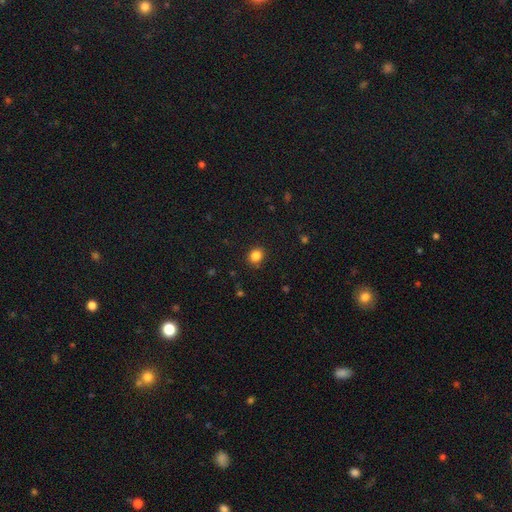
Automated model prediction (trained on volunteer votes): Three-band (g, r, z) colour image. It shows a smooth galaxy with no disk features (84%) that is round (73%). Merging: none (90%).